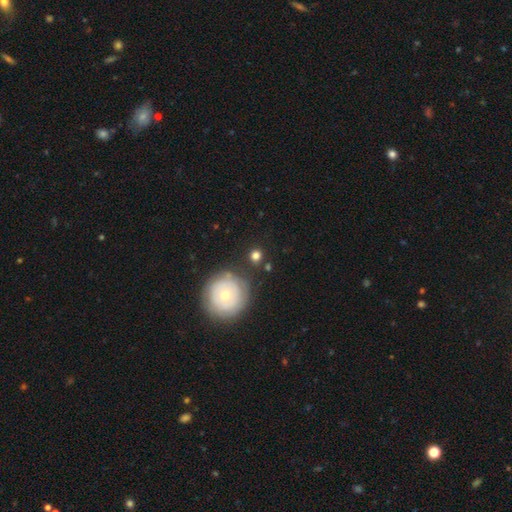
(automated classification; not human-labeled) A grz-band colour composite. It shows a smooth galaxy with no disk features (71%) that is round (90%). Merging: none (79%).